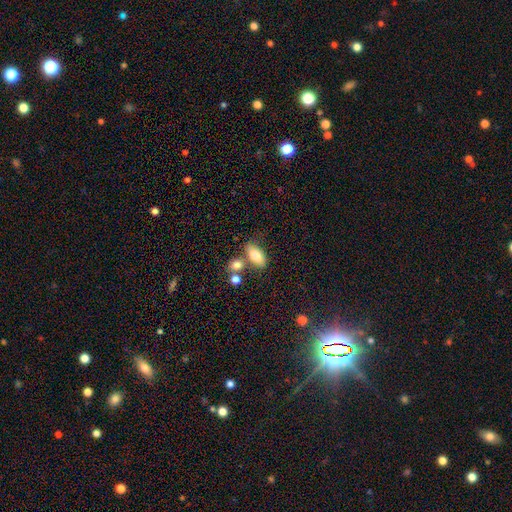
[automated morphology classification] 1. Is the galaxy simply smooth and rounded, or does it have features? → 77% smooth, 15% featured or disk, 8% star or artifact.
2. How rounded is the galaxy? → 85% in between, 8% cigar-shaped, 7% round.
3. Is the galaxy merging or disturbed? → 61% none, 20% merger, 14% minor disturbance, 5% major disturbance.